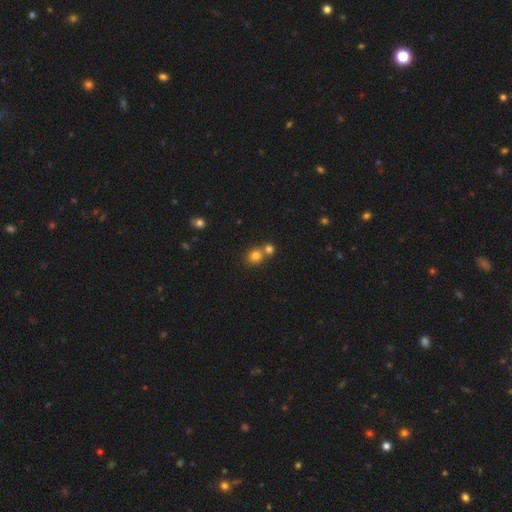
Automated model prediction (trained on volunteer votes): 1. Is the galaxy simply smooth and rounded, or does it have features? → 79% smooth, 14% star or artifact, 7% featured or disk.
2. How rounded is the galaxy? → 81% round, 18% in between, 1% cigar-shaped.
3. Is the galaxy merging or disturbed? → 50% none, 41% merger, 6% minor disturbance, 2% major disturbance.